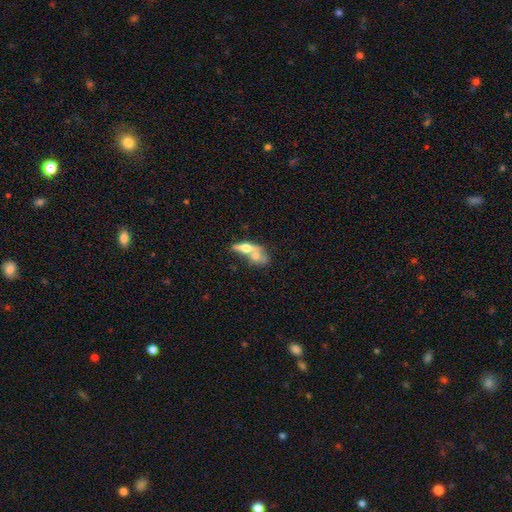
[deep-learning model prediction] Morphology: type=smooth (47%); merging=merger (67%).